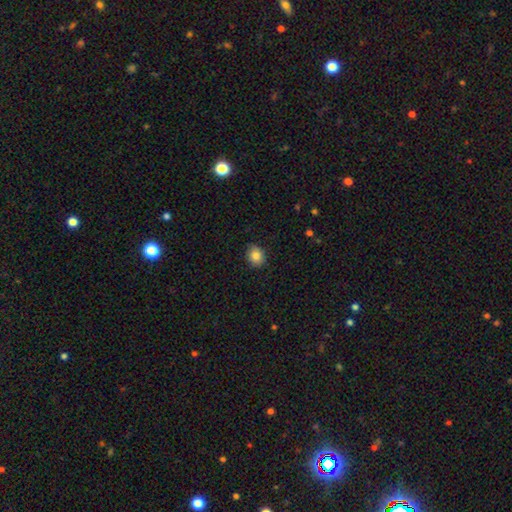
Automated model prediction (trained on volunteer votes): Smooth or featured? smooth (84%)
How rounded? round (60%)
Merging? none (85%)